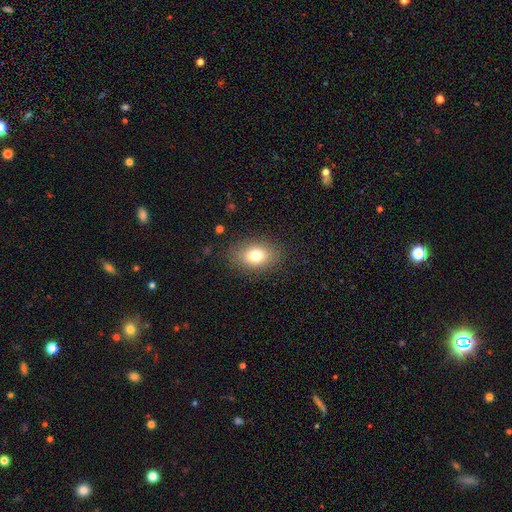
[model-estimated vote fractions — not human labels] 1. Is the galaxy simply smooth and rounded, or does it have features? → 76% smooth, 13% featured or disk, 11% star or artifact.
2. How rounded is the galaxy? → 77% in between, 22% round, 2% cigar-shaped.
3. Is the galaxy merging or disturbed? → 85% none, 10% minor disturbance, 4% major disturbance, 1% merger.